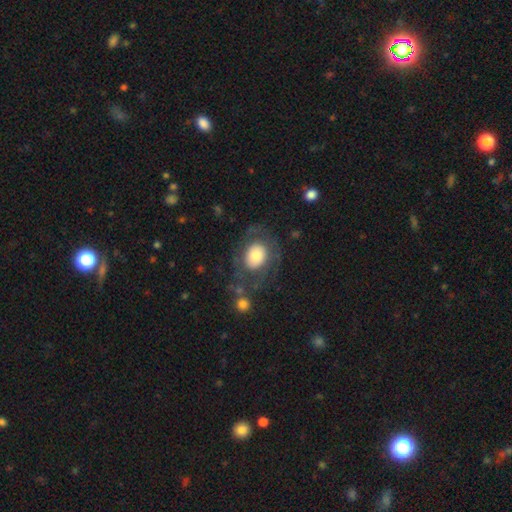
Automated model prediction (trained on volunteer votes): Smooth or featured: smooth — 59% (featured or disk — 33%)
How rounded: in between — 50% (round — 49%)
Merging: none — 60% (major disturbance — 18%)